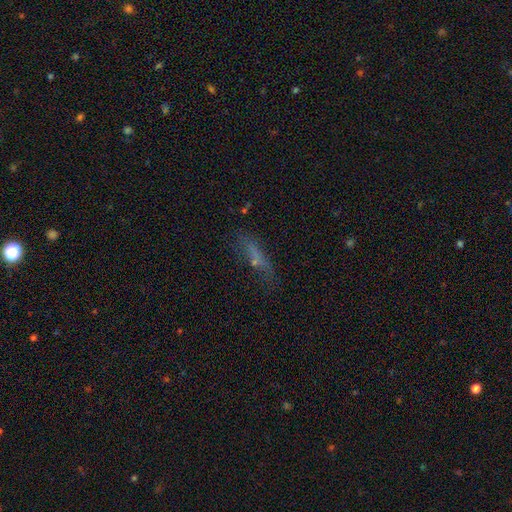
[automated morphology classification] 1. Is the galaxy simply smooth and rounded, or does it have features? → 52% smooth, 30% featured or disk, 18% star or artifact.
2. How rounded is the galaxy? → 70% cigar-shaped, 27% in between, 3% round.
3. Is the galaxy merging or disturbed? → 58% none, 22% minor disturbance, 15% major disturbance, 4% merger.